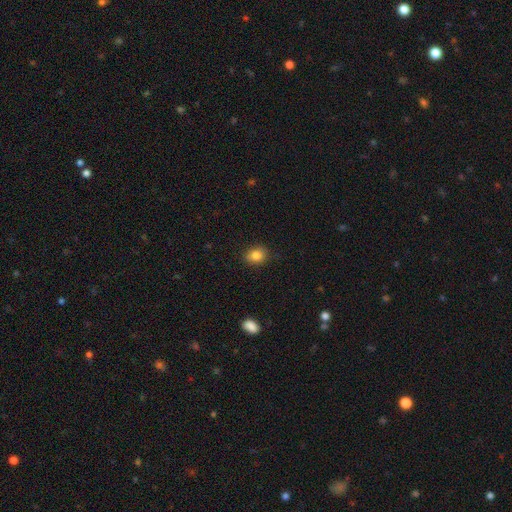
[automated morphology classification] This appears to be a smooth galaxy with no disk features (84%) that is in between round and cigar-shaped (50%). Merging: none (84%).